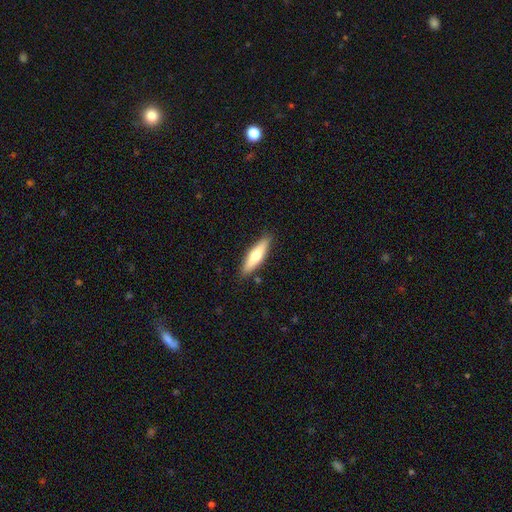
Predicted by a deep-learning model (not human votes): Smooth or featured? Predicted: smooth (p=0.61). How rounded? Predicted: cigar-shaped (p=0.61). Merging? Predicted: none (p=0.87).